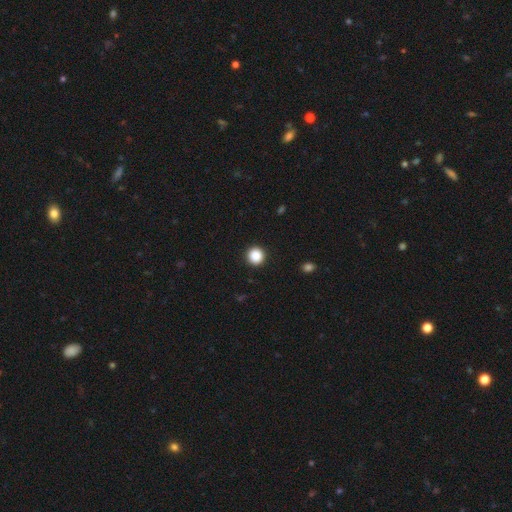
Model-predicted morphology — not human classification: Smooth or featured?
  - smooth: 88% *
  - star or artifact: 10%
  - featured or disk: 3%
How rounded?
  - round: 95% *
  - in between: 4%
  - cigar-shaped: 1%
Merging?
  - none: 93% *
  - minor disturbance: 5%
  - major disturbance: 2%
  - merger: 1%